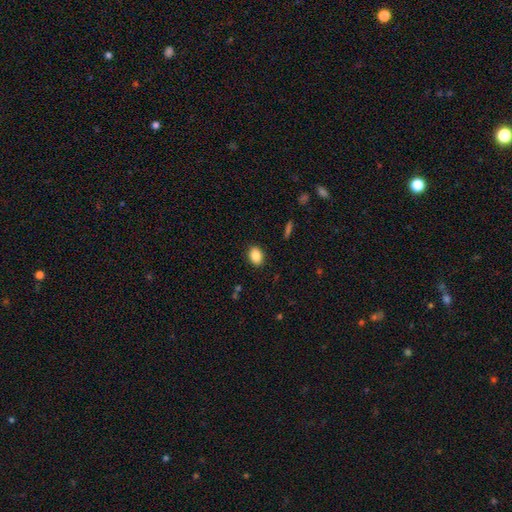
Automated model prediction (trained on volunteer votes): The model was most divided on "how rounded": in between: 74%, round: 25%, cigar-shaped: 1%. More confident: merging — none (89%); smooth or featured — smooth (86%).